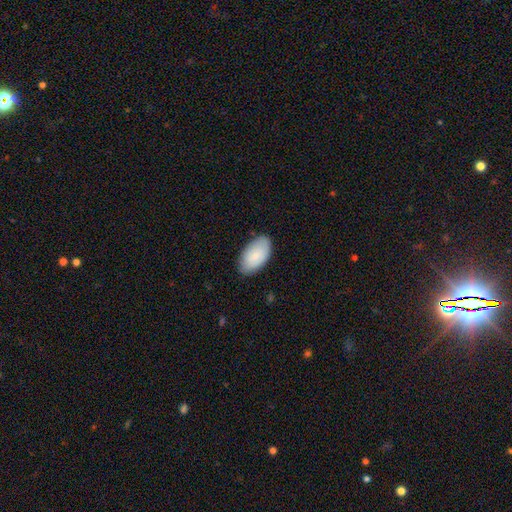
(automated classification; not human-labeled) smooth_or_featured: smooth (p=0.84) [alt: featured or disk p=0.10]
how_rounded: in between (p=0.96) [alt: round p=0.02]
merging: none (p=0.83) [alt: minor disturbance p=0.14]